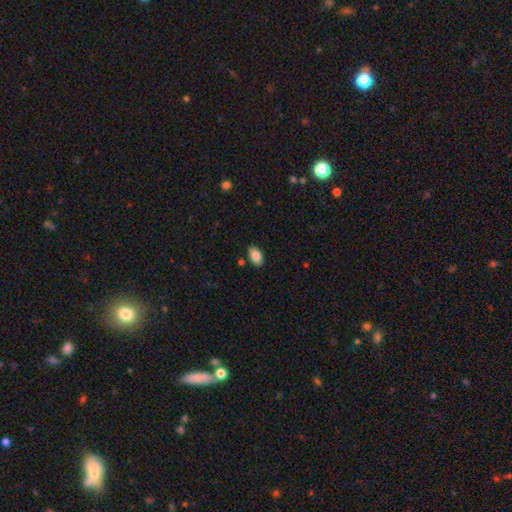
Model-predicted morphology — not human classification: Overall: smooth (87%). How rounded: in between (93%). Merging: none (86%).